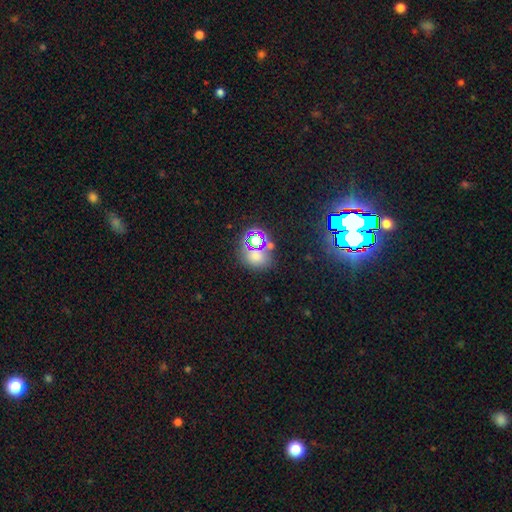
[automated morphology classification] The model was most divided on "smooth or featured": smooth: 47%, star or artifact: 44%, featured or disk: 9%. More confident: merging — none (69%).